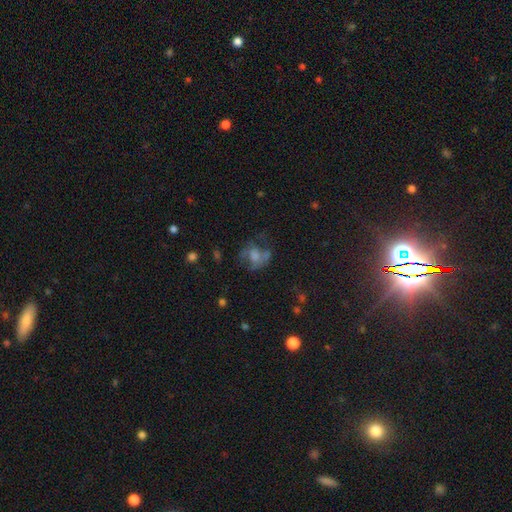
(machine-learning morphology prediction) Smooth or featured? Predicted: smooth (p=0.44). Merging? Predicted: none (p=0.40).